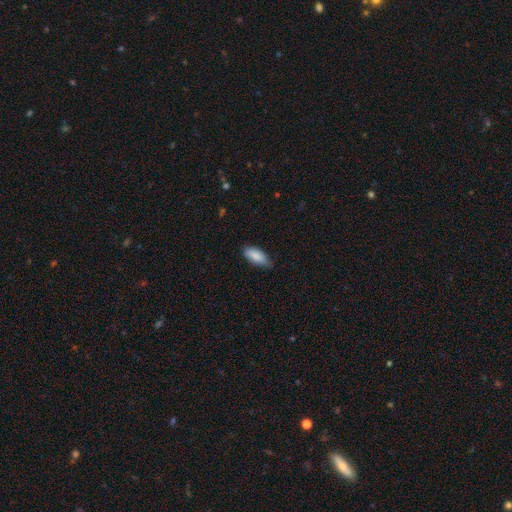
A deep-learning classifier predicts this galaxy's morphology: This appears to be a smooth galaxy with no disk features (85%) that is in between round and cigar-shaped (84%). Merging: none (63%).